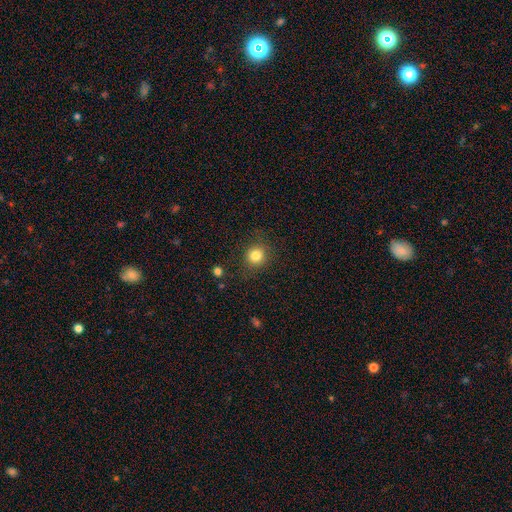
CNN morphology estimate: This is clearly a smooth galaxy (82%). How rounded: clearly round (89%). Merging: clearly none (86%).